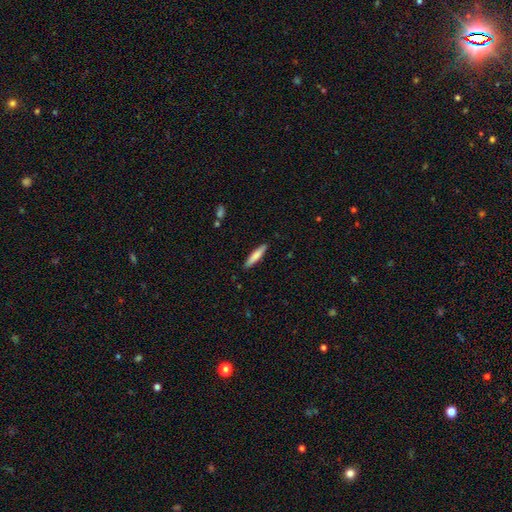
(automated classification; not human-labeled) A smooth galaxy with no disk features (76%) that is cigar-shaped (86%).

Vote fractions:
- Smooth or featured? smooth: 76% / featured or disk: 18% / star or artifact: 6%
- How rounded? cigar-shaped: 86% / in between: 13% / round: 1%
- Merging? none: 89% / minor disturbance: 8% / major disturbance: 2% / merger: 1%